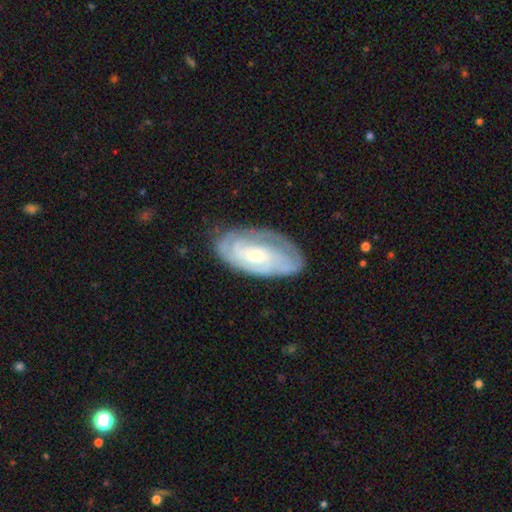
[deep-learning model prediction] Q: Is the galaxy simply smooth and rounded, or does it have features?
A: featured or disk — 79%.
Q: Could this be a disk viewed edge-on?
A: no — 94%.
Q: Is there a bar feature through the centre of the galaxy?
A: no — 67%.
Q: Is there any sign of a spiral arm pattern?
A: yes — 91%.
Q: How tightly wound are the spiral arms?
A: tight — 72%.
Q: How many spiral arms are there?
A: can't tell — 44%.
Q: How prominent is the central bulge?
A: small — 57%.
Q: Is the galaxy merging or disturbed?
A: none — 74%.